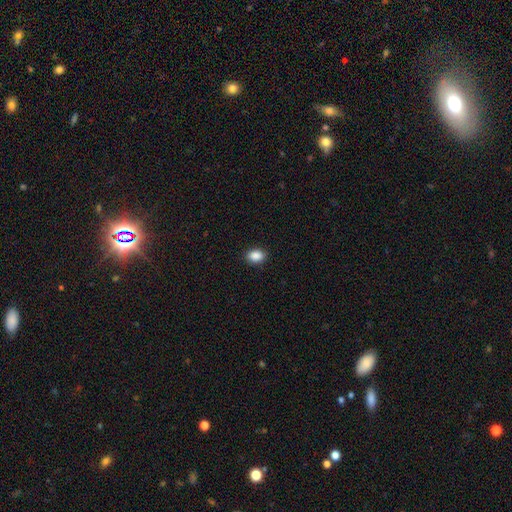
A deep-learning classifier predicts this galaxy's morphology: Smooth or featured? smooth (89%)
How rounded? in between (80%)
Merging? none (89%)